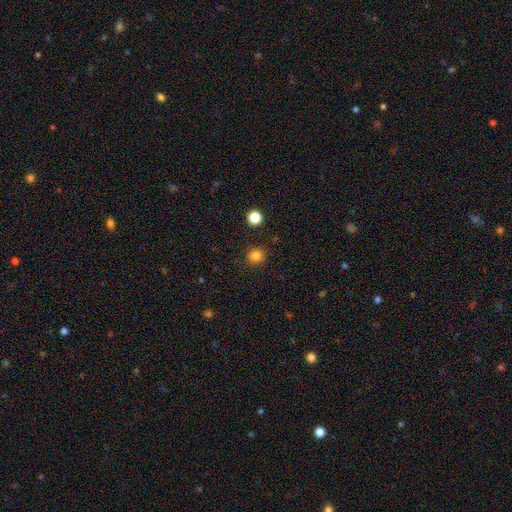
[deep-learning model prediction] Smooth or featured: smooth — 83% (star or artifact — 13%)
How rounded: round — 92% (in between — 7%)
Merging: none — 91% (minor disturbance — 6%)